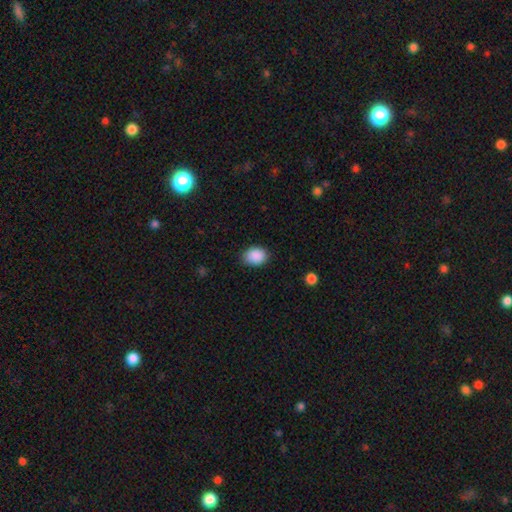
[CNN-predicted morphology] Smooth or featured: smooth — 90% (star or artifact — 7%)
How rounded: in between — 65% (round — 34%)
Merging: none — 85% (minor disturbance — 12%)